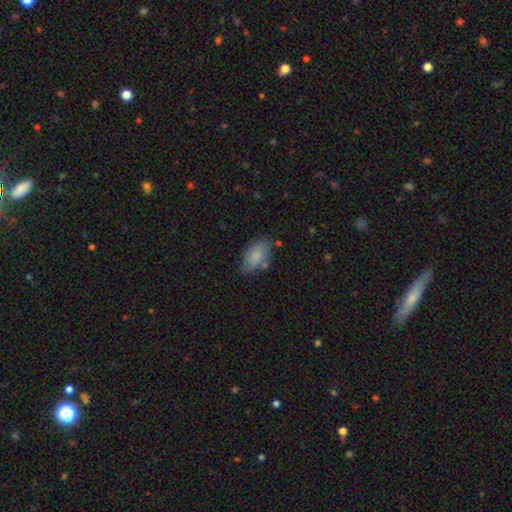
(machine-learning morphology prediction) This appears to be a smooth galaxy with no disk features (82%) that is in between round and cigar-shaped (92%). Merging: none (70%).